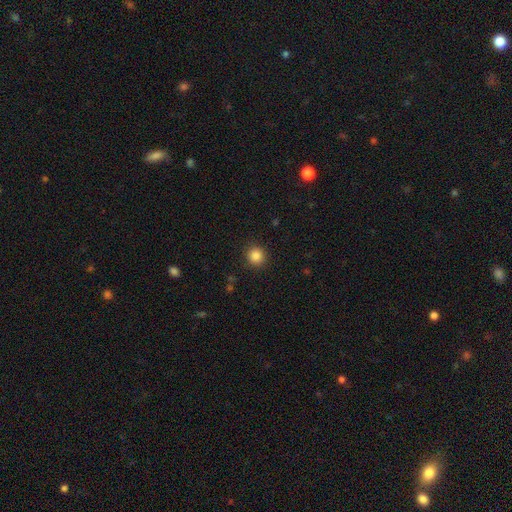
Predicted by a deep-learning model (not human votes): The model was most divided on "smooth or featured": smooth: 85%, star or artifact: 11%, featured or disk: 4%. More confident: how rounded — round (91%); merging — none (89%).